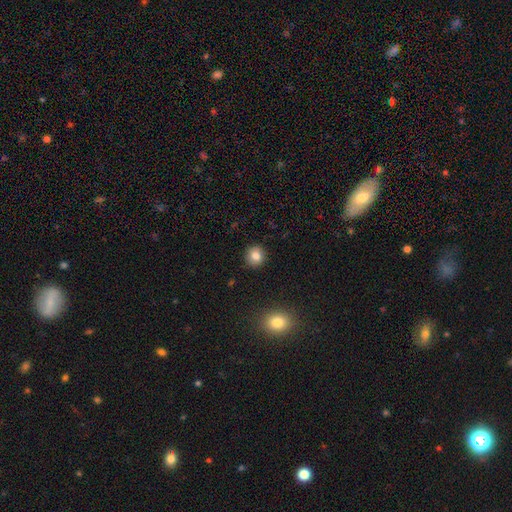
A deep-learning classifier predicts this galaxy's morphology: smooth_or_featured: smooth (p=0.82) [alt: star or artifact p=0.10]
how_rounded: round (p=0.90) [alt: in between p=0.09]
merging: none (p=0.91) [alt: minor disturbance p=0.06]